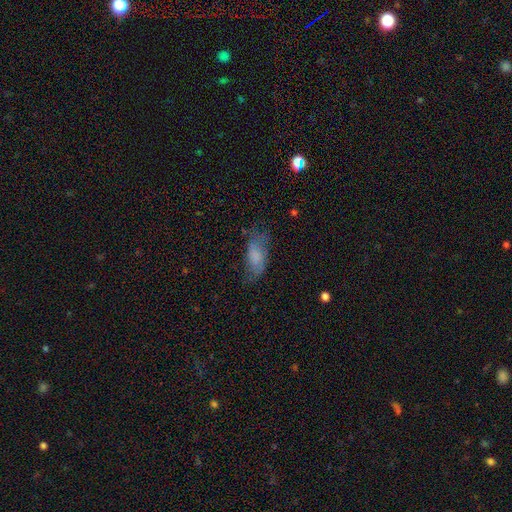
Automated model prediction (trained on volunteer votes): smooth_or_featured: smooth (p=0.68) [alt: featured or disk p=0.23]
how_rounded: in between (p=0.85) [alt: cigar-shaped p=0.12]
merging: none (p=0.56) [alt: minor disturbance p=0.27]